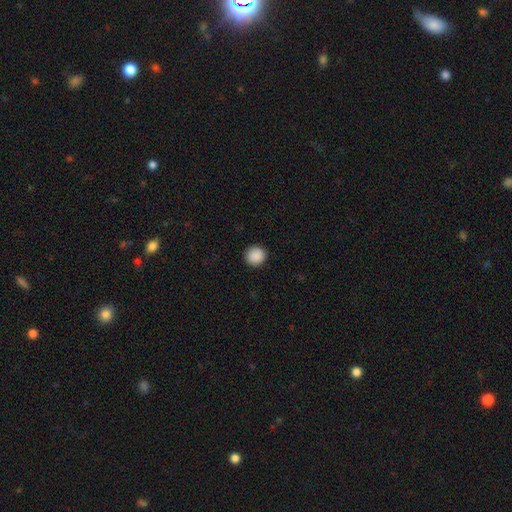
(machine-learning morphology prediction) type=smooth (90%); roundness=round (94%); merging=none (92%).